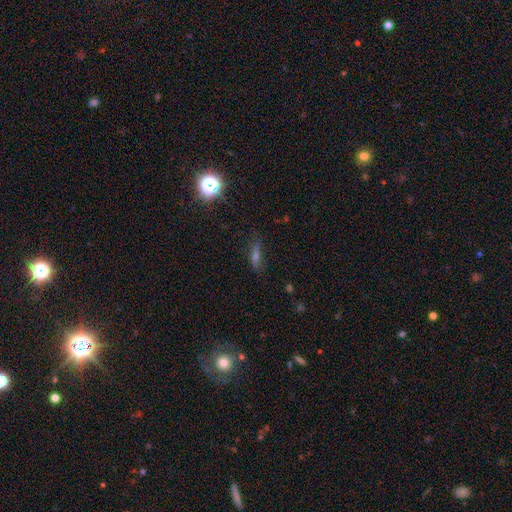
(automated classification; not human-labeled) The model was most divided on "smooth or featured": smooth: 43%, star or artifact: 29%, featured or disk: 28%. More confident: merging — none (73%).